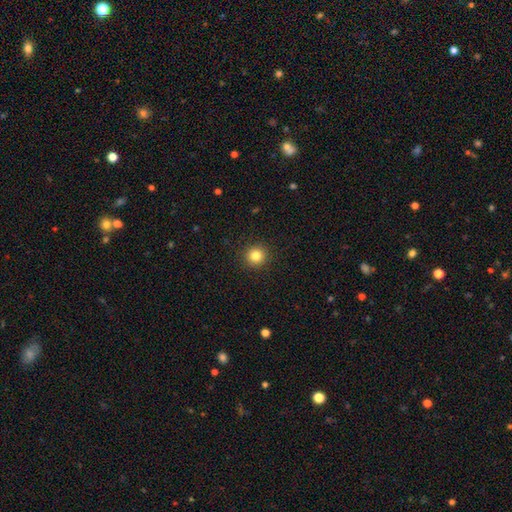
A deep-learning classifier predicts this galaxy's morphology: This is clearly a smooth galaxy (83%). How rounded: clearly round (94%). Merging: clearly none (92%).